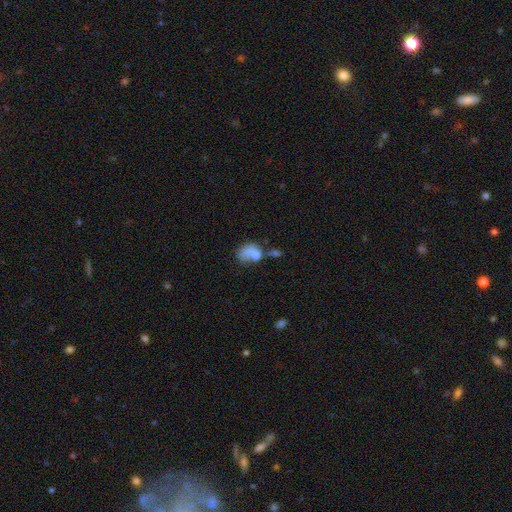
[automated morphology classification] A smooth galaxy with no disk features (63%) that is in between round and cigar-shaped (58%).

Vote fractions:
- Smooth or featured? smooth: 63% / featured or disk: 25% / star or artifact: 12%
- How rounded? in between: 58% / round: 40% / cigar-shaped: 2%
- Merging? merger: 33% / major disturbance: 25% / none: 25% / minor disturbance: 17%